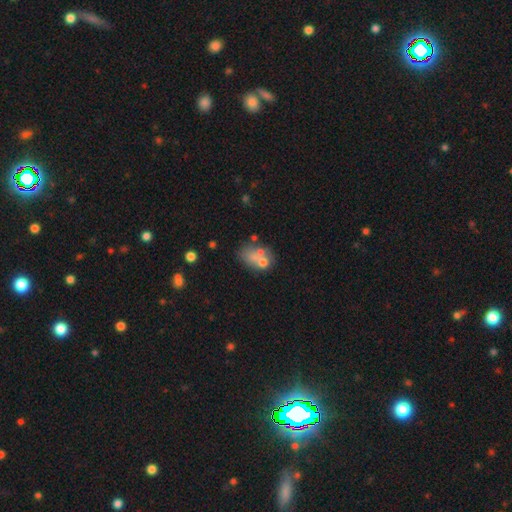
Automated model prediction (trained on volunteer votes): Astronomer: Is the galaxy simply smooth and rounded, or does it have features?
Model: smooth — 55% (runner-up: featured or disk, 32%).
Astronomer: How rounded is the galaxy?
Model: in between — 66%.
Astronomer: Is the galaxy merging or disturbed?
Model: merger — 36% (runner-up: none, 32%).